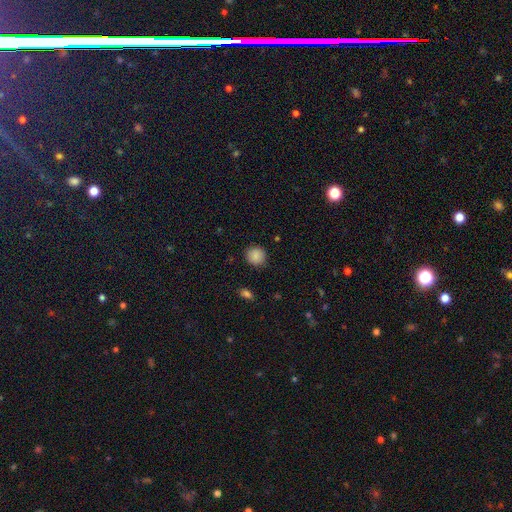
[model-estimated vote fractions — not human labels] A smooth galaxy with no disk features (87%) that is round (90%). Merging: none (88%).